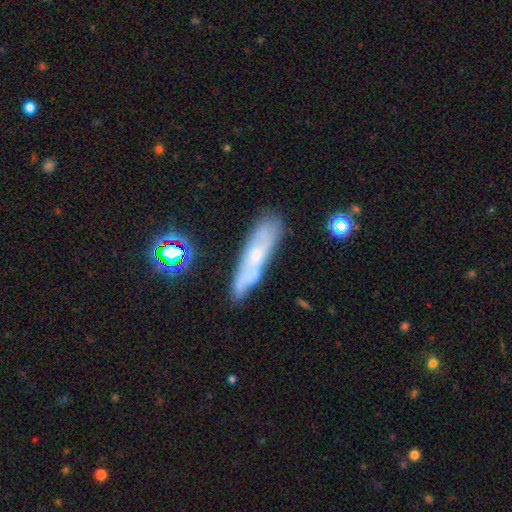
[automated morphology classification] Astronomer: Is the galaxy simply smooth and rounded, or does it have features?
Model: featured or disk — 47% (runner-up: smooth, 43%).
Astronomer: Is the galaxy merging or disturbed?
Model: none — 64%.